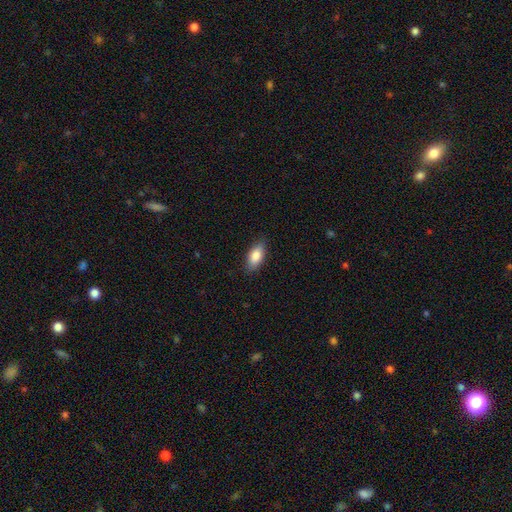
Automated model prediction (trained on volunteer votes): A smooth galaxy with no disk features (83%) that is in between round and cigar-shaped (87%). Merging: none (86%).